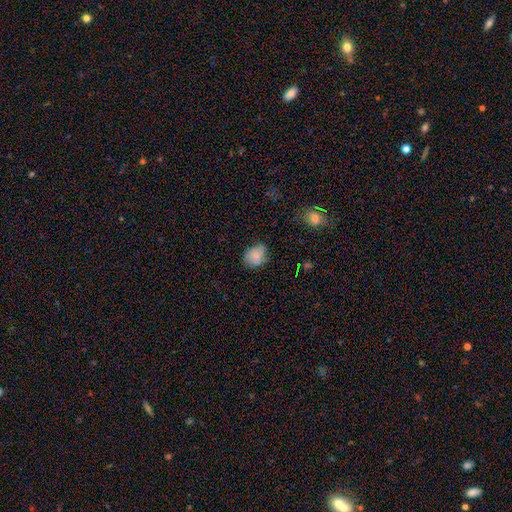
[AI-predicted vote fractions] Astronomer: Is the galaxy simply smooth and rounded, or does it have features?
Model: smooth — 63%.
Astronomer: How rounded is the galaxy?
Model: round — 50% (runner-up: in between, 49%).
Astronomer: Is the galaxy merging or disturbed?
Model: none — 62%.